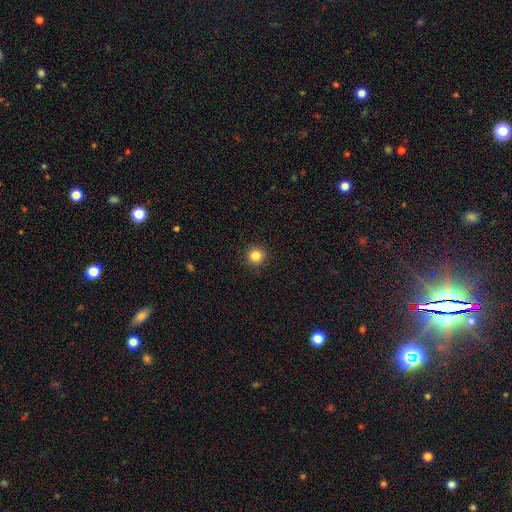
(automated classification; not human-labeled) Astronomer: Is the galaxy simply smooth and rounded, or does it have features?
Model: smooth — 84%.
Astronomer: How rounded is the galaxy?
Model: round — 95%.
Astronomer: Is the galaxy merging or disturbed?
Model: none — 92%.